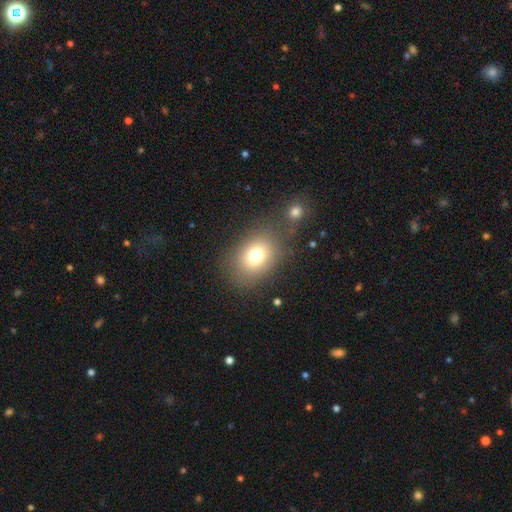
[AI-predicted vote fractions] Smooth or featured: smooth — 75% (star or artifact — 13%)
How rounded: in between — 59% (round — 40%)
Merging: none — 70% (minor disturbance — 12%)